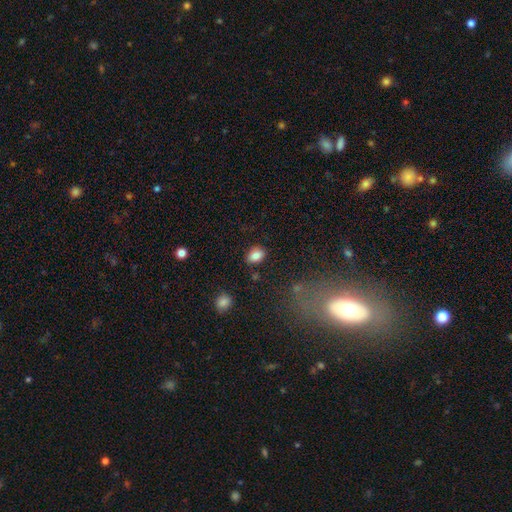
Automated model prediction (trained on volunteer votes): Morphology: type=smooth (85%); roundness=in between (70%); merging=none (81%).